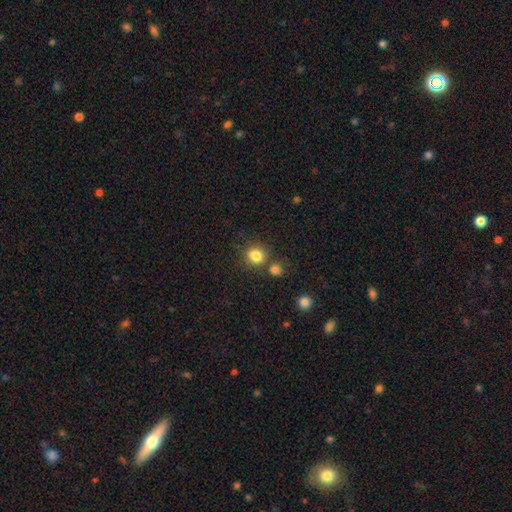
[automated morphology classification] Smooth or featured?
  - smooth: 83% *
  - star or artifact: 12%
  - featured or disk: 5%
How rounded?
  - round: 83% *
  - in between: 16%
  - cigar-shaped: 1%
Merging?
  - none: 73% *
  - merger: 14%
  - minor disturbance: 9%
  - major disturbance: 3%